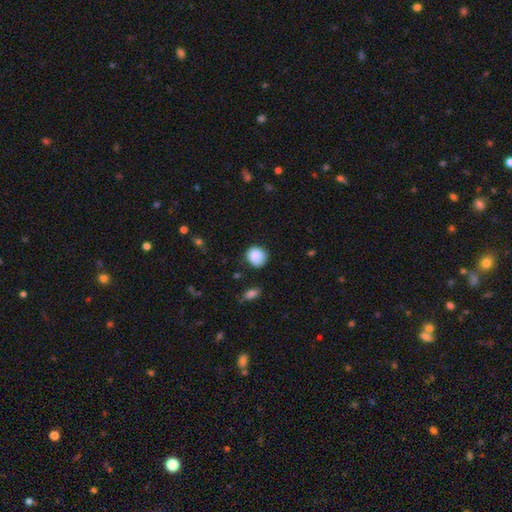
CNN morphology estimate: This is clearly a smooth galaxy (85%). How rounded: clearly round (82%). Merging: likely none (68%).